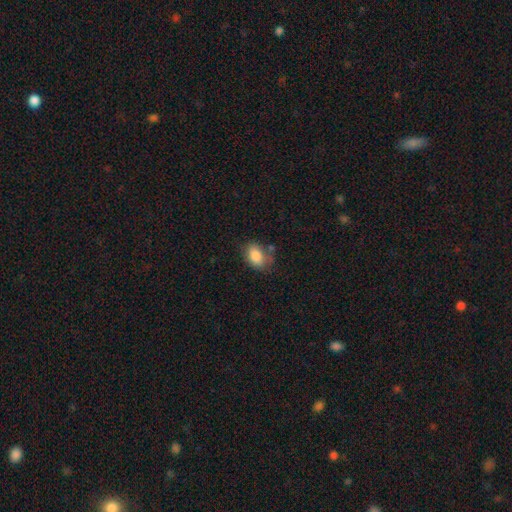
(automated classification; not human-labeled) smooth-or-featured: smooth: 85% | featured or disk: 8% | star or artifact: 8%
  how-rounded: in between: 84% | round: 15% | cigar-shaped: 1%
  merging: none: 64% | minor disturbance: 24% | major disturbance: 6% | merger: 6%